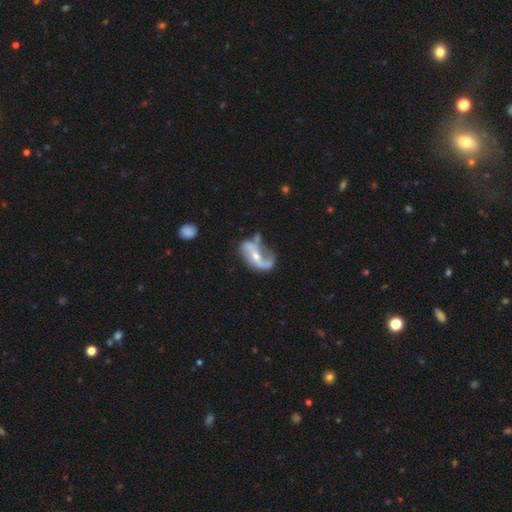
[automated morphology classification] The model was most divided on "bulge size": moderate: 50%, small: 45%, none: 2%, large: 2%, dominant: 1%. Remaining: edge-on disk — no (94%); spiral arms — yes (87%); spiral arm count — 2 (84%); smooth or featured — featured or disk (81%); spiral winding — loose (72%); merging — none (45%); bar — strong (40%).